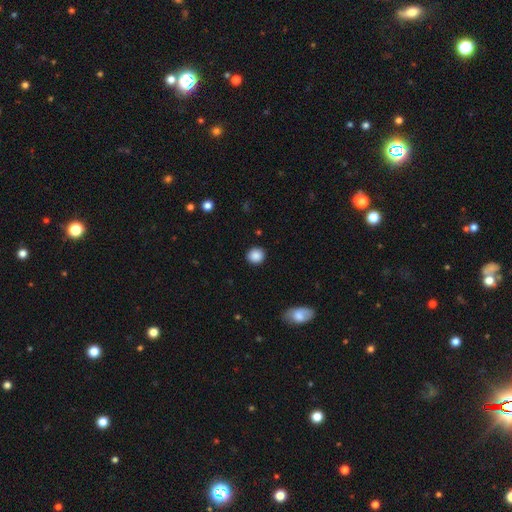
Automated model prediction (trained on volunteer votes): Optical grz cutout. It shows a smooth galaxy with no disk features (88%) that is round (90%). Merging: none (91%).